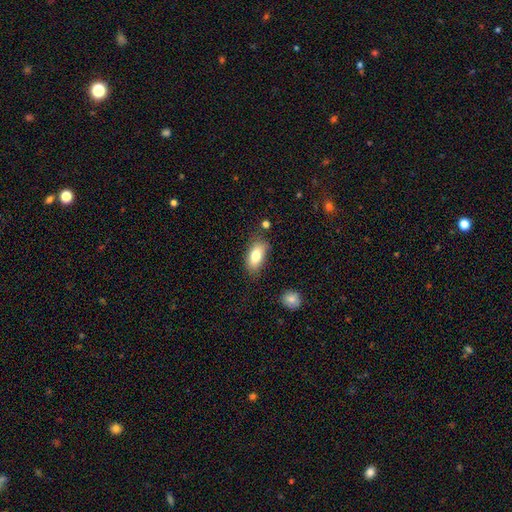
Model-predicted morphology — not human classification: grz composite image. It shows a smooth galaxy with no disk features (81%) that is in between round and cigar-shaped (89%). Merging: none (74%).